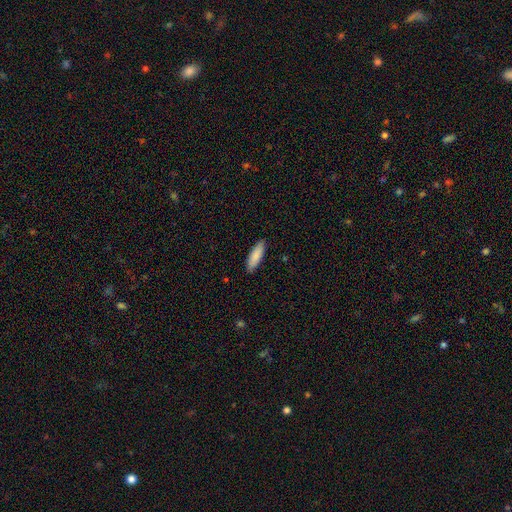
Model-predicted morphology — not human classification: Smooth or featured: smooth — 87% (featured or disk — 7%)
How rounded: cigar-shaped — 51% (in between — 48%)
Merging: none — 89% (minor disturbance — 9%)